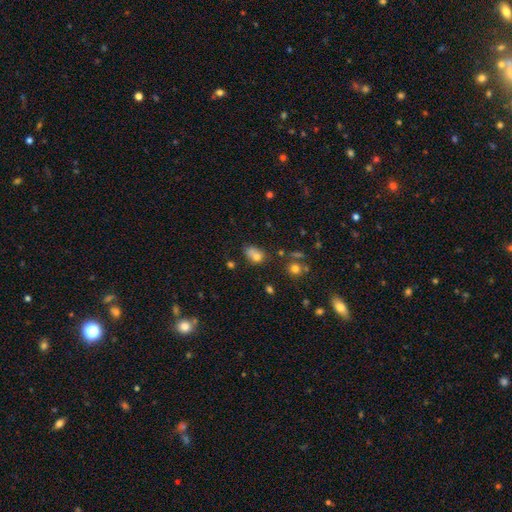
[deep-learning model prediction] A smooth galaxy with no disk features (74%) that is in between round and cigar-shaped (69%).

Vote fractions:
- Smooth or featured? smooth: 74% / star or artifact: 14% / featured or disk: 12%
- How rounded? in between: 69% / round: 29% / cigar-shaped: 2%
- Merging? none: 37% / merger: 28% / minor disturbance: 23% / major disturbance: 12%